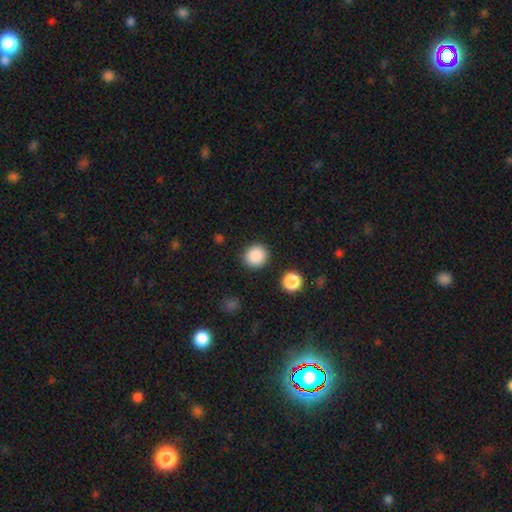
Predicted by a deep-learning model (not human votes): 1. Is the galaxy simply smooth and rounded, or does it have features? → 87% smooth, 10% star or artifact, 3% featured or disk.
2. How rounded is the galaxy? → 90% round, 9% in between, 1% cigar-shaped.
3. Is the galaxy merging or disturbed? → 89% none, 6% minor disturbance, 3% major disturbance, 2% merger.